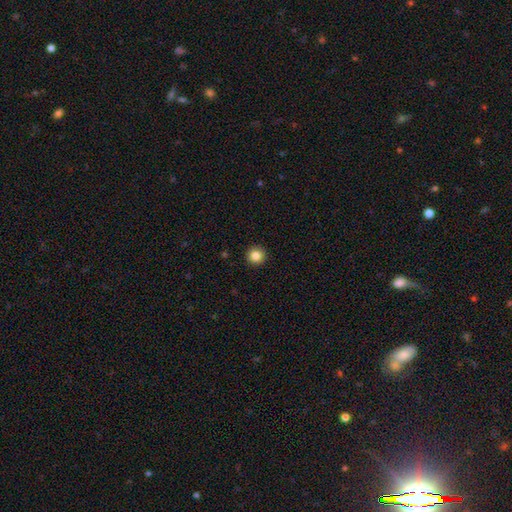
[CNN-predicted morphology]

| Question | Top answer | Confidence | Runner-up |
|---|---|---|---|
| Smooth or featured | smooth | 85% | star or artifact (10%) |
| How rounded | round | 95% | in between (4%) |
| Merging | none | 93% | minor disturbance (5%) |